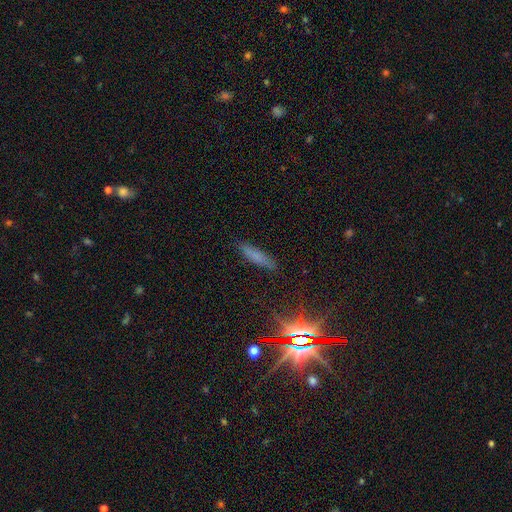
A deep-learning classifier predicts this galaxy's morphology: A smooth galaxy with no disk features (67%) that is cigar-shaped (81%). Merging: none (86%).